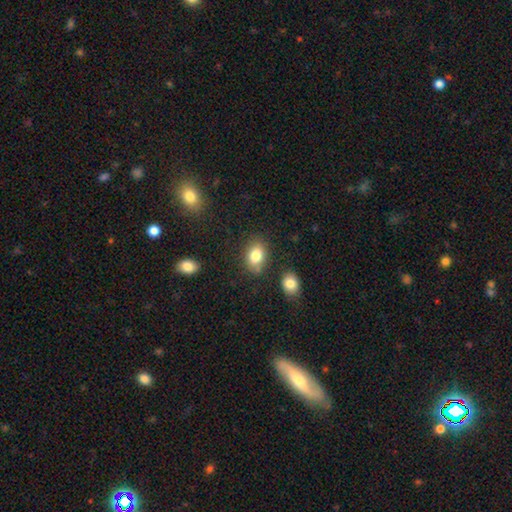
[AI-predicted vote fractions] Morphology: type=smooth (82%); roundness=in between (76%); merging=none (75%).